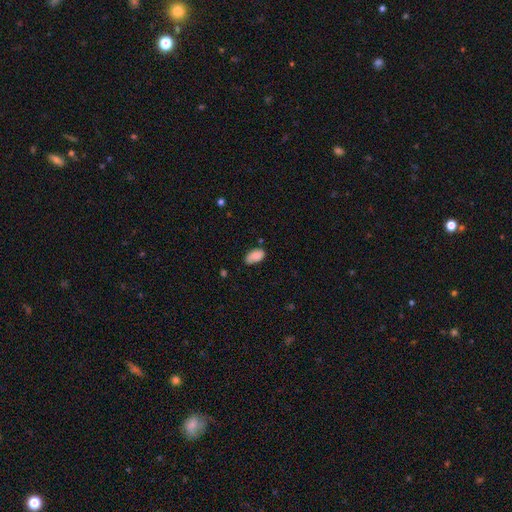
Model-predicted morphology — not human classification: Smooth or featured: smooth — 83% (featured or disk — 9%)
How rounded: in between — 94% (round — 4%)
Merging: none — 64% (minor disturbance — 29%)